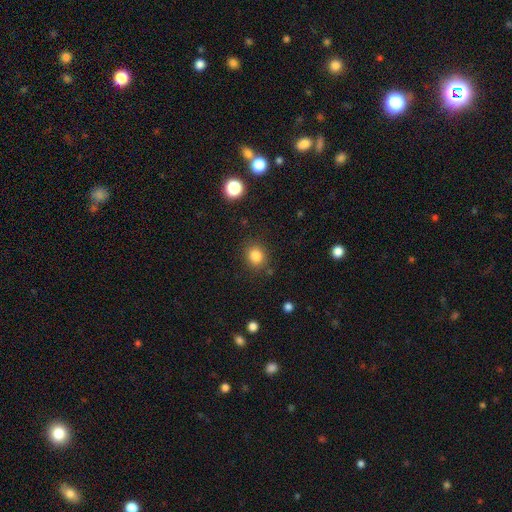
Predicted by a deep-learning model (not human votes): Q: Smooth or featured?
A: smooth (83%); runner-up: star or artifact (12%)
Q: How rounded?
A: round (76%); runner-up: in between (23%)
Q: Merging?
A: none (84%); runner-up: minor disturbance (10%)